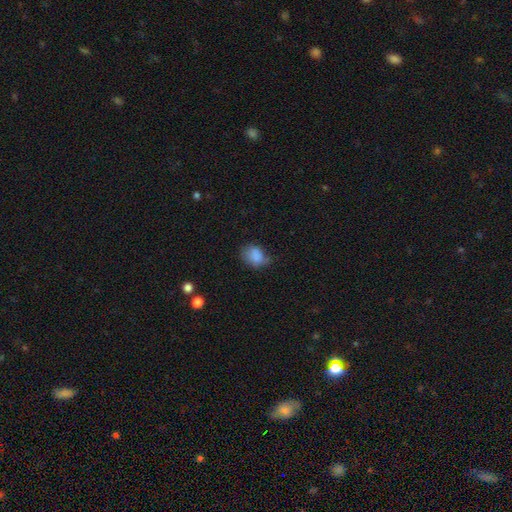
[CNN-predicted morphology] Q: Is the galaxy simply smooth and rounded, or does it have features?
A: smooth — 82%.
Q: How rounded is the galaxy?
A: in between — 62%.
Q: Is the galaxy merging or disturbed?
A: none — 50%.